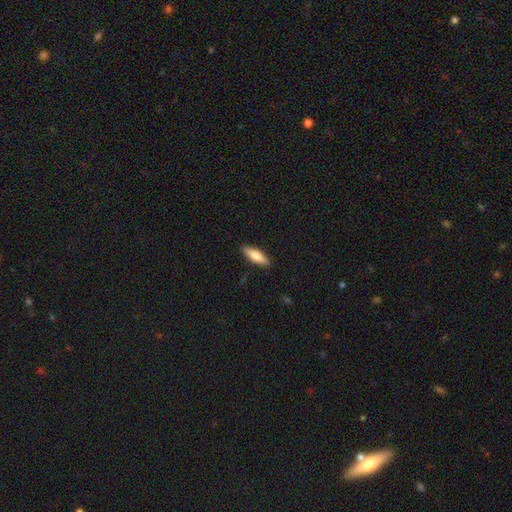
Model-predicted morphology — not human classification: Overall: smooth (72%). How rounded: cigar-shaped (51%; in between 47%). Merging: none (89%).